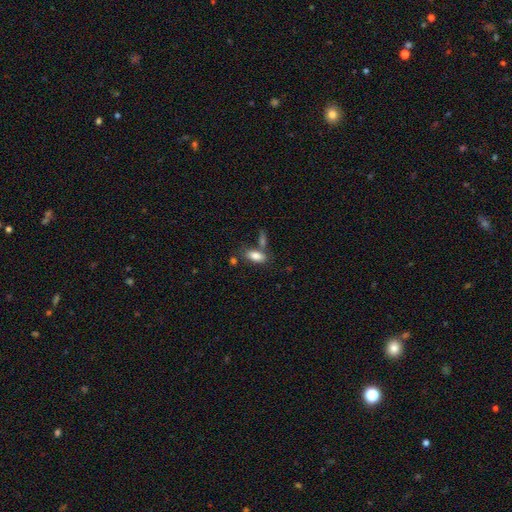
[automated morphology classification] smooth_or_featured: smooth (p=0.82) [alt: featured or disk p=0.10]
how_rounded: in between (p=0.85) [alt: cigar-shaped p=0.11]
merging: none (p=0.60) [alt: merger p=0.22]